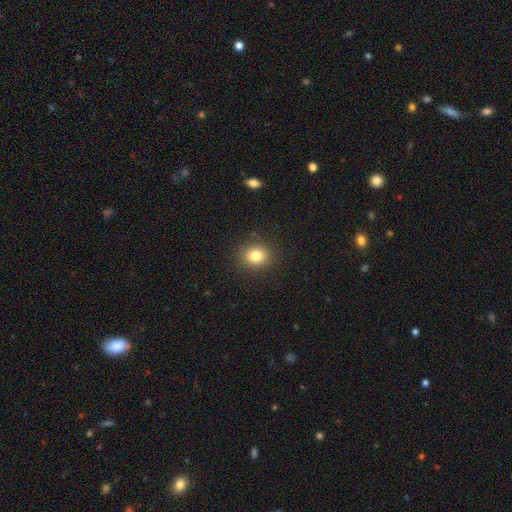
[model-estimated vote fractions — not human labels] smooth-or-featured: smooth: 80% | star or artifact: 12% | featured or disk: 8%
  how-rounded: round: 74% | in between: 25% | cigar-shaped: 1%
  merging: none: 88% | minor disturbance: 8% | major disturbance: 3% | merger: 1%